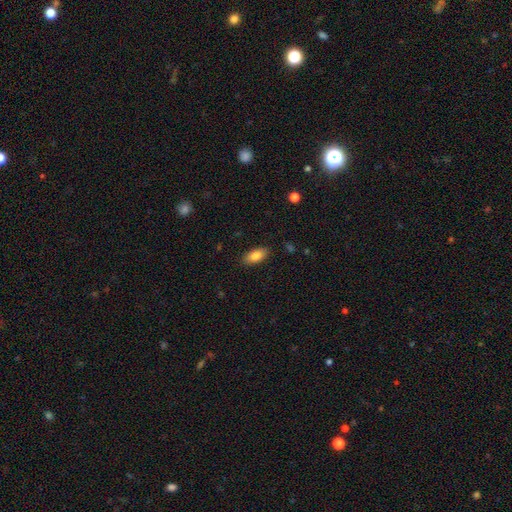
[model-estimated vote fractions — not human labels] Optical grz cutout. It shows a smooth galaxy with no disk features (84%) that is in between round and cigar-shaped (90%). Merging: none (87%).